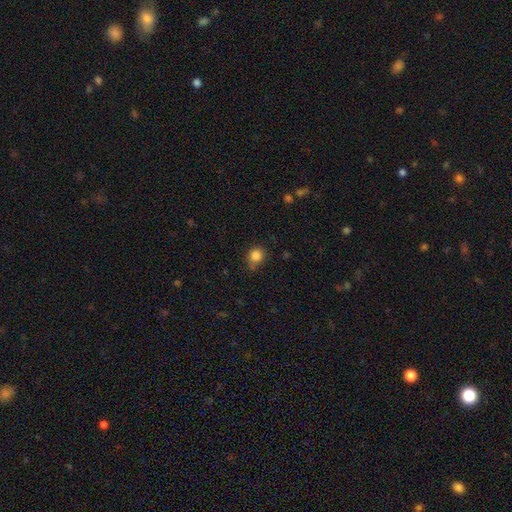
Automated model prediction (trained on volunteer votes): The model was most divided on "merging": none: 67%, minor disturbance: 25%, major disturbance: 5%, merger: 3%. More confident: smooth or featured — smooth (85%); how rounded — round (74%).